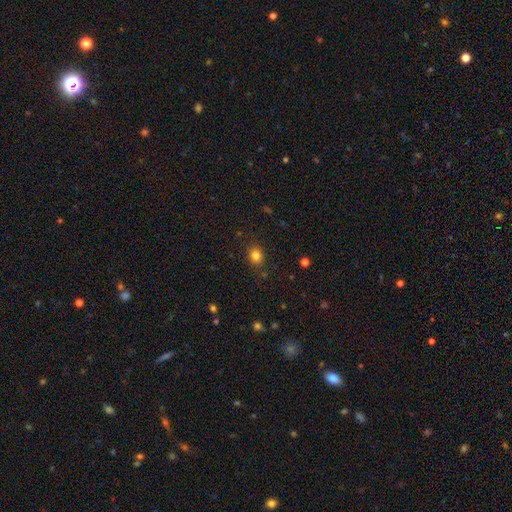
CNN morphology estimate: A smooth galaxy with no disk features (82%) that is round (70%).

Vote fractions:
- Smooth or featured? smooth: 82% / star or artifact: 13% / featured or disk: 6%
- How rounded? round: 70% / in between: 29% / cigar-shaped: 1%
- Merging? none: 86% / minor disturbance: 10% / major disturbance: 3% / merger: 2%